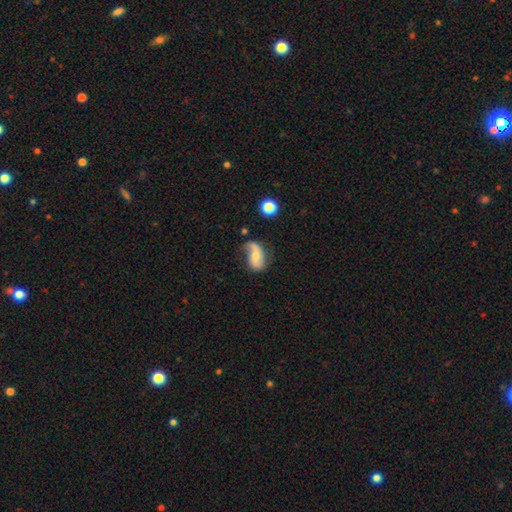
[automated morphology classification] This appears to be a featured or disk galaxy (65%) with no bar (52%), 2 (70%) loose (69%) spiral arms (89%) and a moderate central bulge (45%). Merging: none (48%).